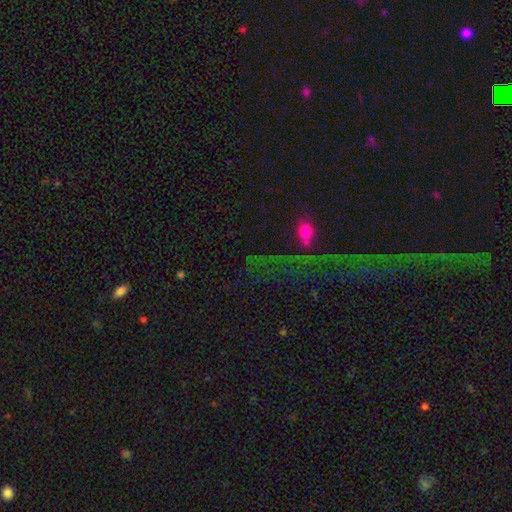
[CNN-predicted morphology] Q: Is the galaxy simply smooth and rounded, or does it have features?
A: star or artifact — 57%.